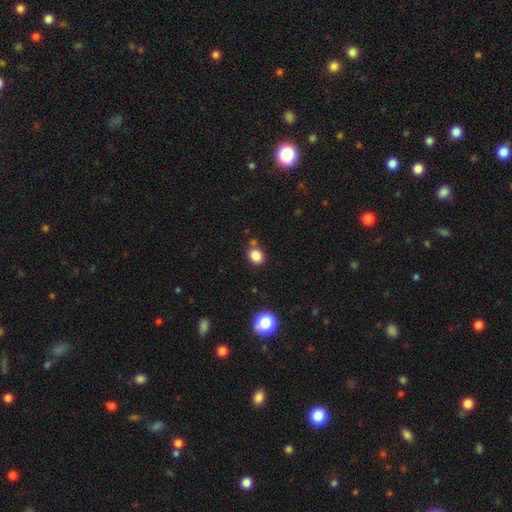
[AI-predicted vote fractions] This appears to be a smooth galaxy with no disk features (83%) that is round (65%). Merging: none (74%).